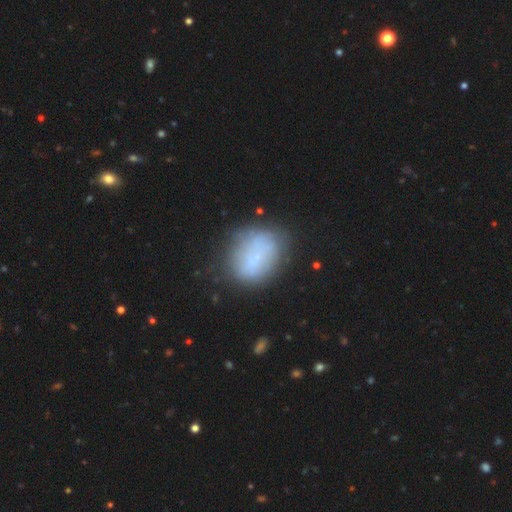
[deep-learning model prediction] Smooth or featured? smooth (59%)
How rounded? in between (61%)
Merging? none (56%)